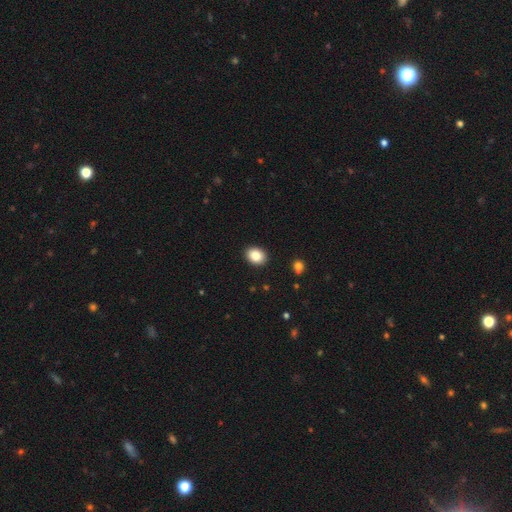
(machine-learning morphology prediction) Smooth or featured? Predicted: smooth (p=0.87). How rounded? Predicted: in between (p=0.60). Merging? Predicted: none (p=0.91).